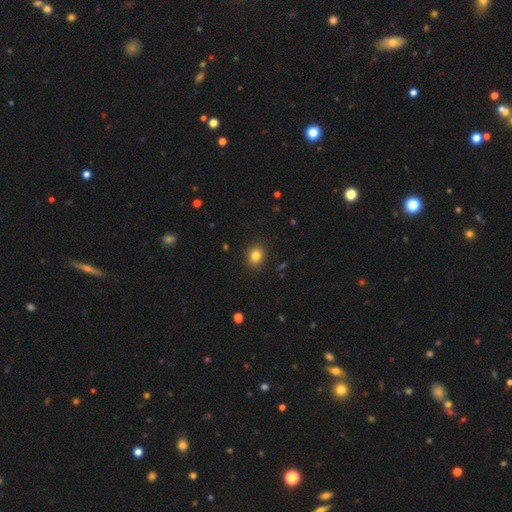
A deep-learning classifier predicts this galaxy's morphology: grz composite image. It shows a smooth galaxy with no disk features (82%) that is round (66%). Merging: none (89%).